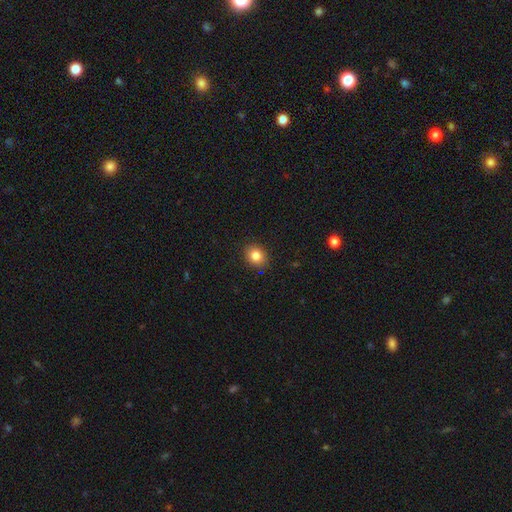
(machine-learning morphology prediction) Smooth or featured? Predicted: smooth (p=0.83). How rounded? Predicted: round (p=0.64). Merging? Predicted: none (p=0.89).